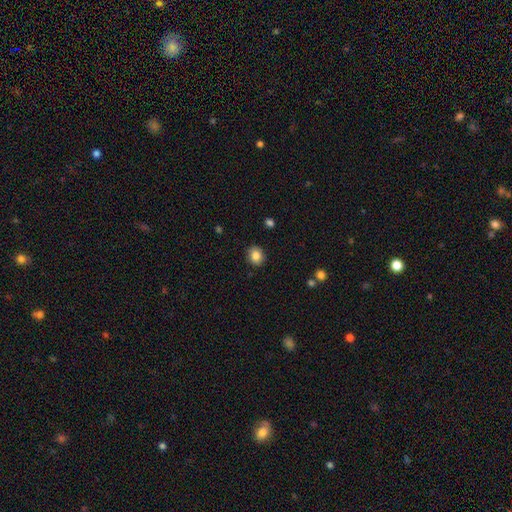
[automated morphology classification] Smooth or featured: smooth — 85% (star or artifact — 9%)
How rounded: round — 70% (in between — 29%)
Merging: none — 89% (minor disturbance — 8%)